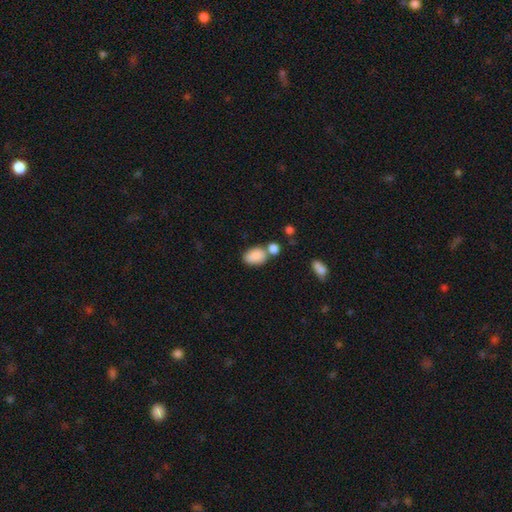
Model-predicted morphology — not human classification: Smooth or featured? smooth (86%)
How rounded? in between (88%)
Merging? none (51%)